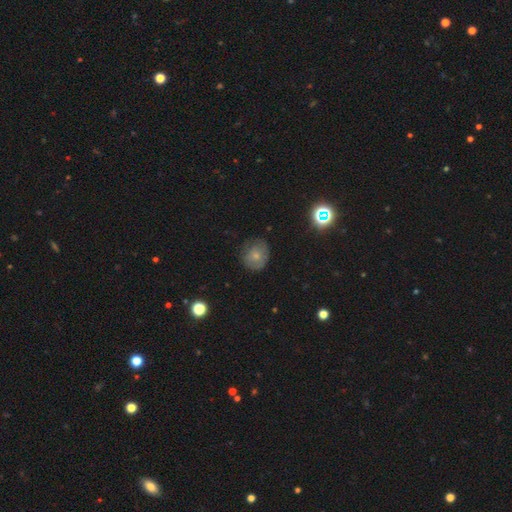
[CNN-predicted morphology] Smooth or featured?
  - smooth: 66% *
  - featured or disk: 23%
  - star or artifact: 12%
How rounded?
  - round: 74% *
  - in between: 25%
  - cigar-shaped: 1%
Merging?
  - none: 65% *
  - minor disturbance: 25%
  - major disturbance: 8%
  - merger: 1%